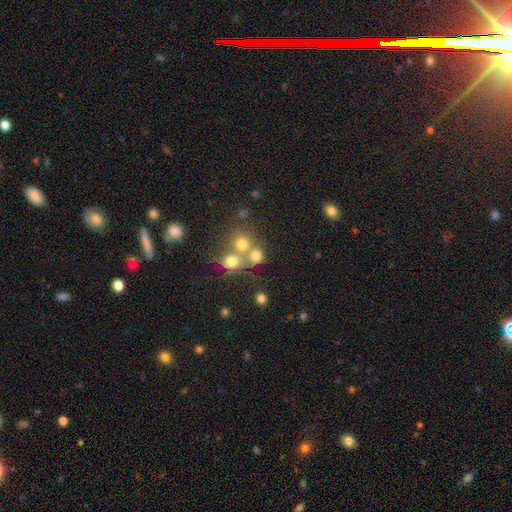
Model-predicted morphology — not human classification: Smooth or featured?
  - smooth: 71% *
  - star or artifact: 17%
  - featured or disk: 12%
How rounded?
  - round: 81% *
  - in between: 18%
  - cigar-shaped: 1%
Merging?
  - none: 46% *
  - merger: 41%
  - minor disturbance: 7%
  - major disturbance: 5%